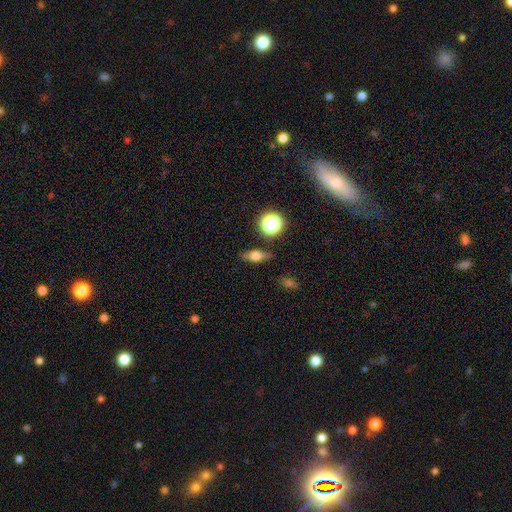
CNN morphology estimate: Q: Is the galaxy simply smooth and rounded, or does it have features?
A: smooth — 59%.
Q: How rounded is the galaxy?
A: in between — 57%.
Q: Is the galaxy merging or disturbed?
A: none — 84%.